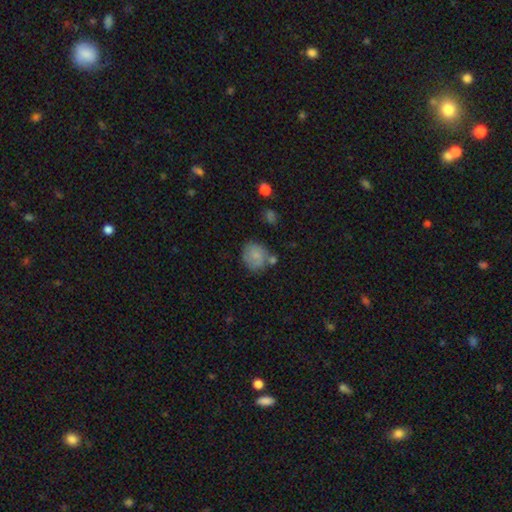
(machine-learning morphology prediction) Smooth or featured: smooth — 67% (featured or disk — 24%)
How rounded: round — 74% (in between — 25%)
Merging: none — 57% (minor disturbance — 22%)